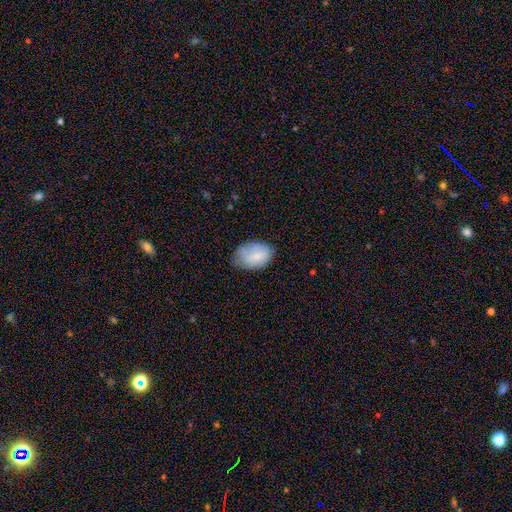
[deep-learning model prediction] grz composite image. It shows a smooth galaxy with no disk features (80%) that is in between round and cigar-shaped (83%). Merging: none (59%).